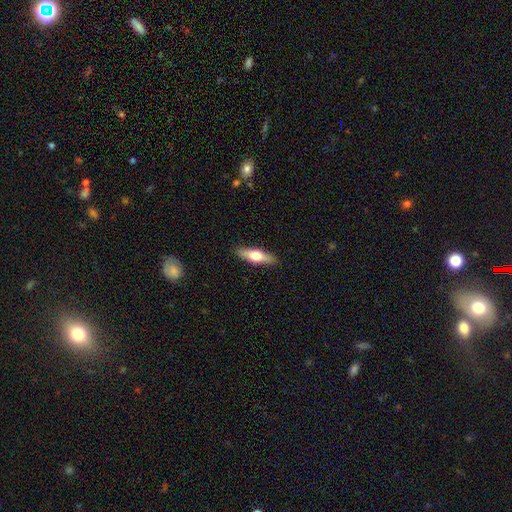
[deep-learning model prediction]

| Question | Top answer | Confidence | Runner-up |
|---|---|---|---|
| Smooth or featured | smooth | 52% | featured or disk (42%) |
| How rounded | cigar-shaped | 58% | in between (40%) |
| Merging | none | 89% | minor disturbance (8%) |